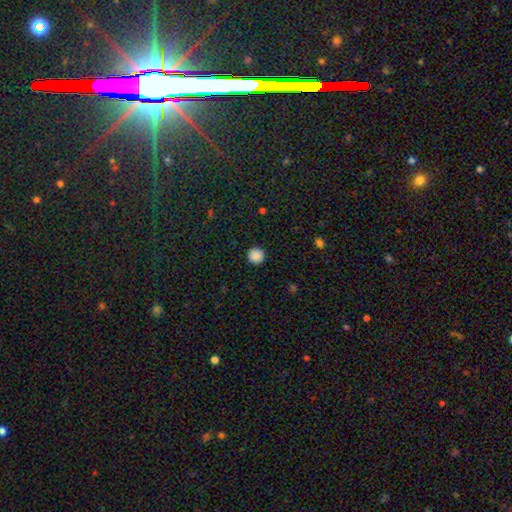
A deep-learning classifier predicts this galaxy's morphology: Smooth or featured? Predicted: smooth (p=0.88). How rounded? Predicted: round (p=0.96). Merging? Predicted: none (p=0.93).